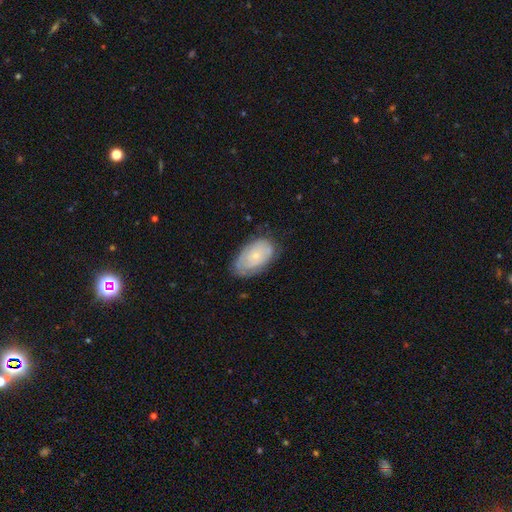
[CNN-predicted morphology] Smooth or featured: smooth — 48% (featured or disk — 45%)
Merging: none — 67% (minor disturbance — 24%)